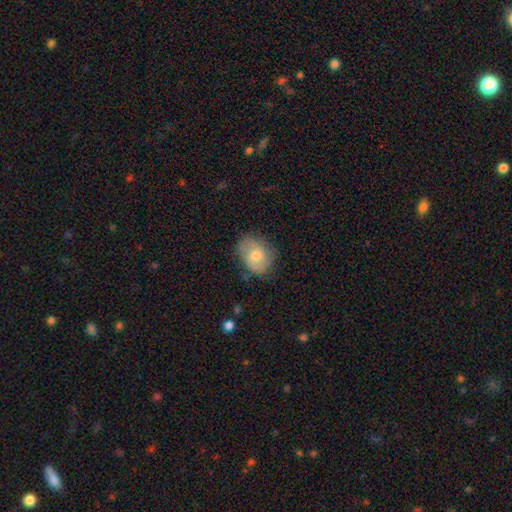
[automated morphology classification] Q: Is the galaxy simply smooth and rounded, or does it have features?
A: featured or disk — 48%.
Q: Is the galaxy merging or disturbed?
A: none — 70%.